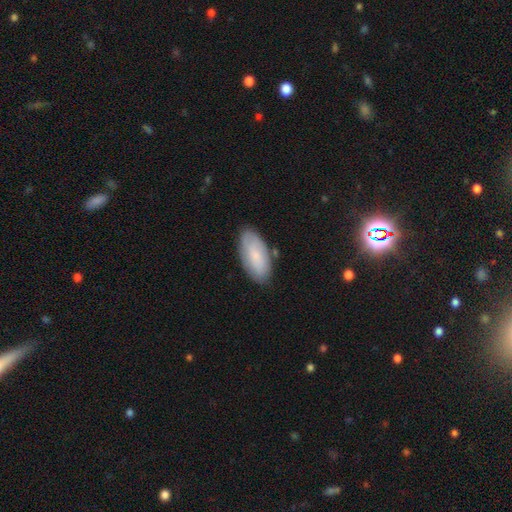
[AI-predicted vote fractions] smooth-or-featured: smooth: 74% | featured or disk: 20% | star or artifact: 6%
  how-rounded: in between: 91% | cigar-shaped: 7% | round: 2%
  merging: none: 80% | minor disturbance: 15% | major disturbance: 3% | merger: 3%